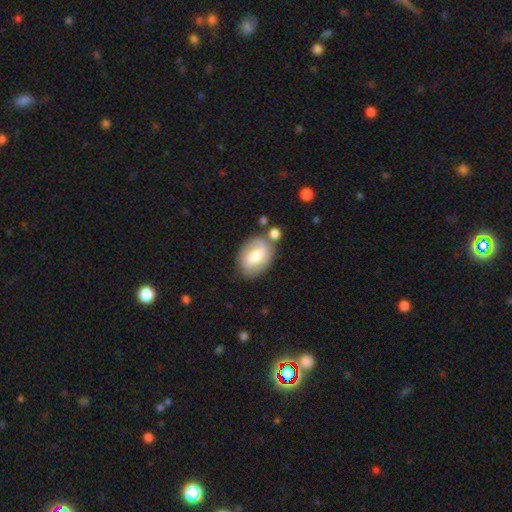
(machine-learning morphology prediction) featured or disk 56%, smooth 38%, star or artifact 6%. Down the decision tree: edge-on disk — no (95%); bar — weak (45%); spiral arms — yes (73%); bulge size — moderate (65%); merging — none (70%).